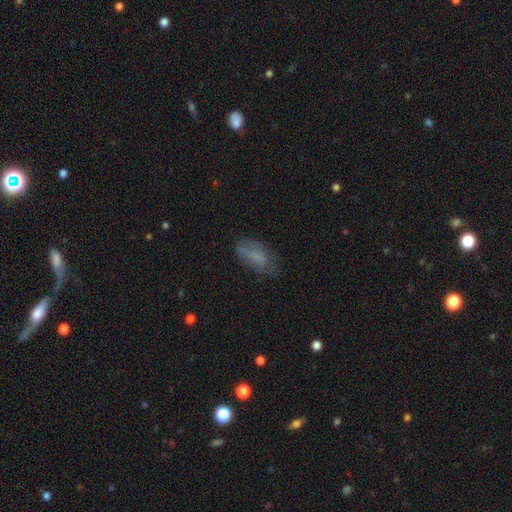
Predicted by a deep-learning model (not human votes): This is likely a smooth galaxy (69%). How rounded: clearly in between (85%). Merging: possibly none (59%).